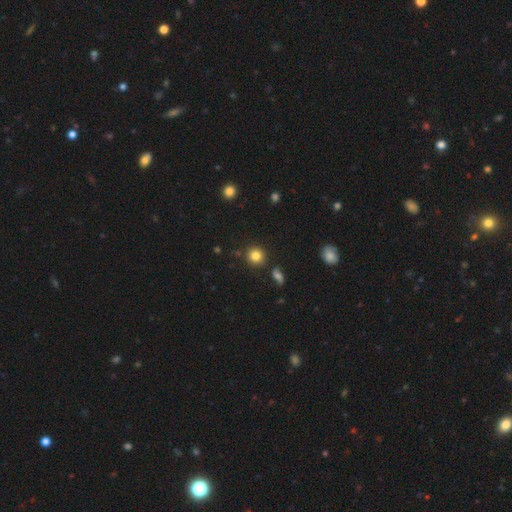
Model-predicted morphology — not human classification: Smooth or featured?
  - smooth: 82% *
  - star or artifact: 11%
  - featured or disk: 6%
How rounded?
  - round: 90% *
  - in between: 9%
  - cigar-shaped: 1%
Merging?
  - none: 85% *
  - minor disturbance: 8%
  - merger: 4%
  - major disturbance: 3%